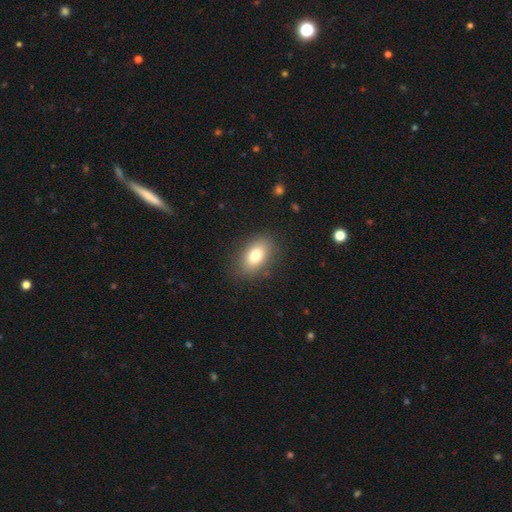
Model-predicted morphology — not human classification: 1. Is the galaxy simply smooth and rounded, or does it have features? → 79% smooth, 12% featured or disk, 9% star or artifact.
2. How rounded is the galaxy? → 86% in between, 13% round, 2% cigar-shaped.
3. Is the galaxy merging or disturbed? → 85% none, 11% minor disturbance, 3% major disturbance, 1% merger.